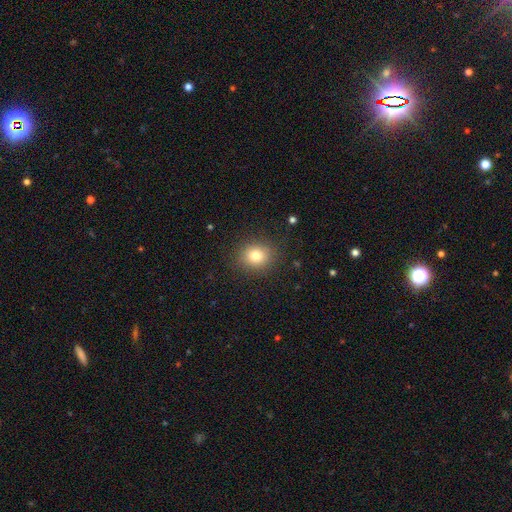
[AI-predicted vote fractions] Smooth or featured? smooth (79%)
How rounded? round (74%)
Merging? none (87%)